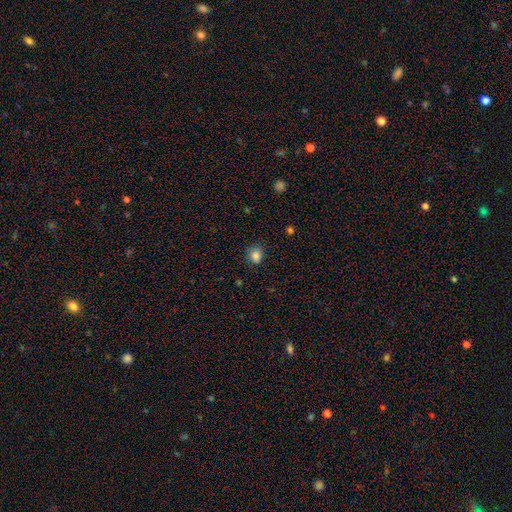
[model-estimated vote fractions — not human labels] Smooth or featured: smooth — 83% (star or artifact — 11%)
How rounded: round — 64% (in between — 35%)
Merging: none — 74% (minor disturbance — 20%)